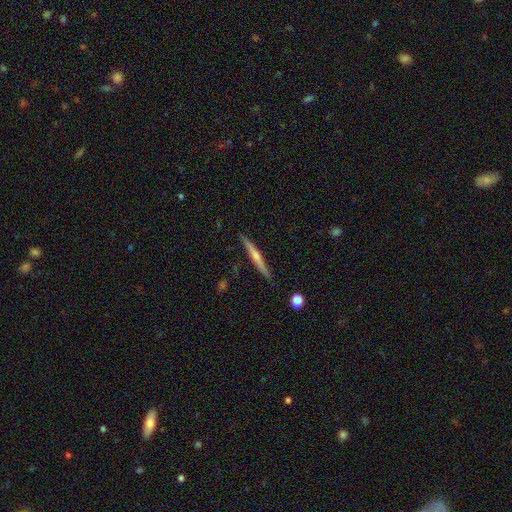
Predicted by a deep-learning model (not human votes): Smooth or featured? featured or disk (72%)
Edge-on disk? yes (98%)
Edge-on bulge? rounded (76%)
Merging? none (90%)